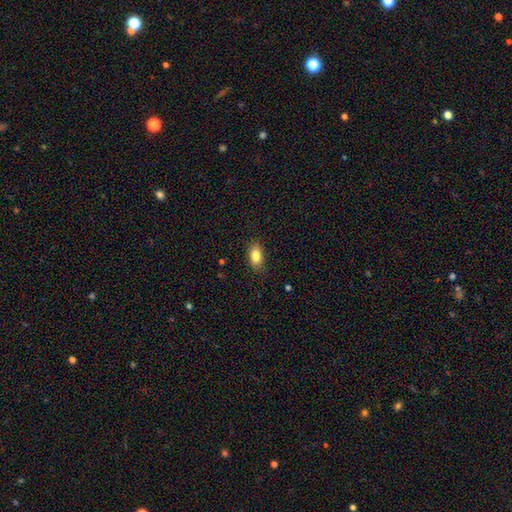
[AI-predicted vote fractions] This appears to be a smooth galaxy with no disk features (85%) that is in between round and cigar-shaped (90%). Merging: none (85%).